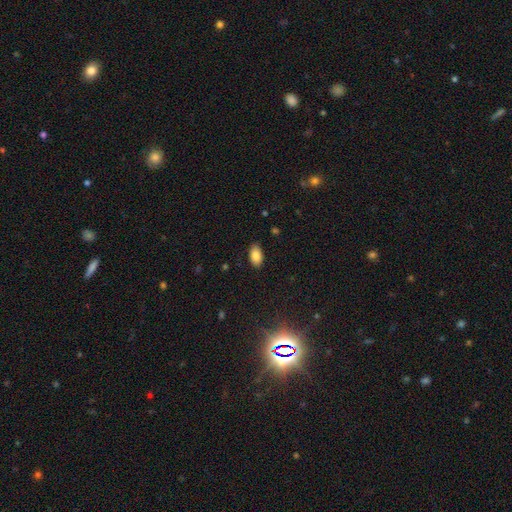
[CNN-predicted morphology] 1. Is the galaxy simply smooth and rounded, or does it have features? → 84% smooth, 8% star or artifact, 7% featured or disk.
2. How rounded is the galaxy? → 93% in between, 4% round, 2% cigar-shaped.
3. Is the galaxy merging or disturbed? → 86% none, 11% minor disturbance, 2% major disturbance, 1% merger.